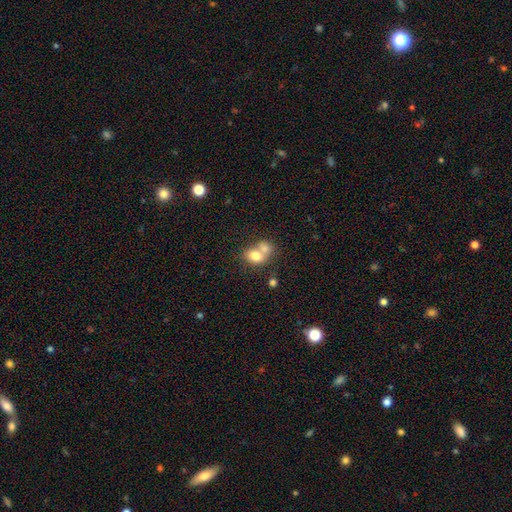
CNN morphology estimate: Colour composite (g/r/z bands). It shows a smooth galaxy with no disk features (76%) that is in between round and cigar-shaped (56%). Merging: merger (62%).